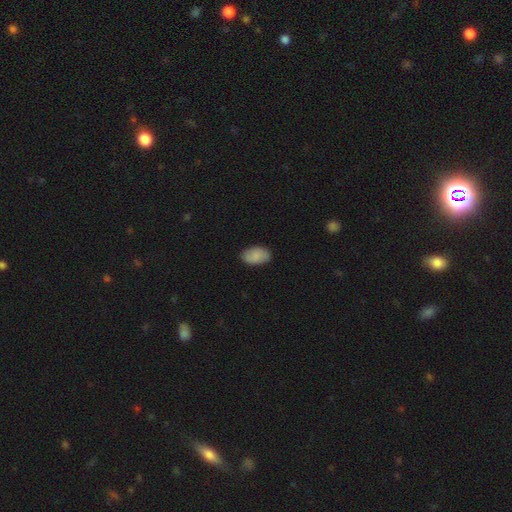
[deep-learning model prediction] This is clearly a smooth galaxy (88%). How rounded: clearly in between (94%). Merging: clearly none (86%).